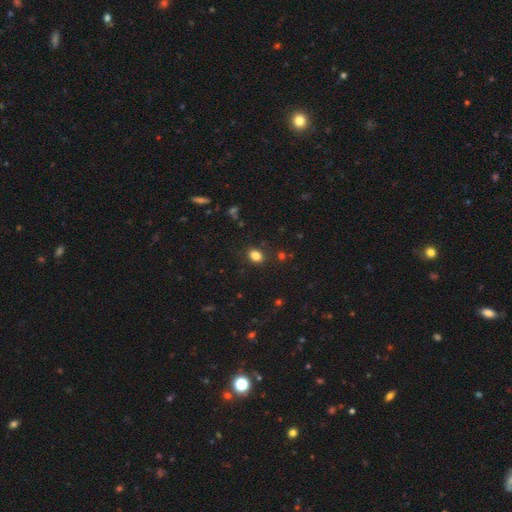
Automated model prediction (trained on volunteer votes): Smooth or featured: smooth — 83% (star or artifact — 12%)
How rounded: in between — 61% (round — 38%)
Merging: none — 86% (minor disturbance — 9%)